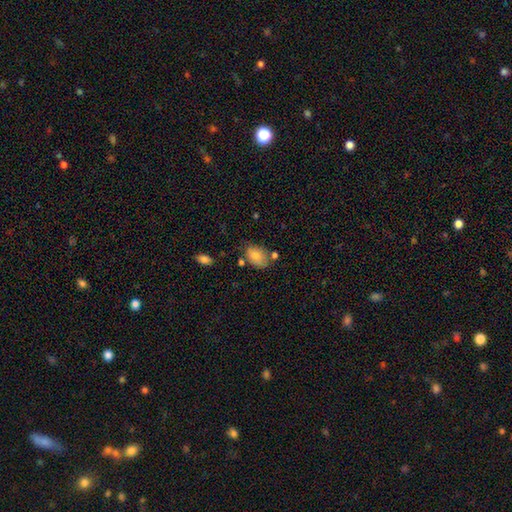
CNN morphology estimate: Smooth or featured?
  - smooth: 80% *
  - featured or disk: 12%
  - star or artifact: 8%
How rounded?
  - in between: 85% *
  - round: 14%
  - cigar-shaped: 1%
Merging?
  - none: 60% *
  - minor disturbance: 23%
  - merger: 10%
  - major disturbance: 6%